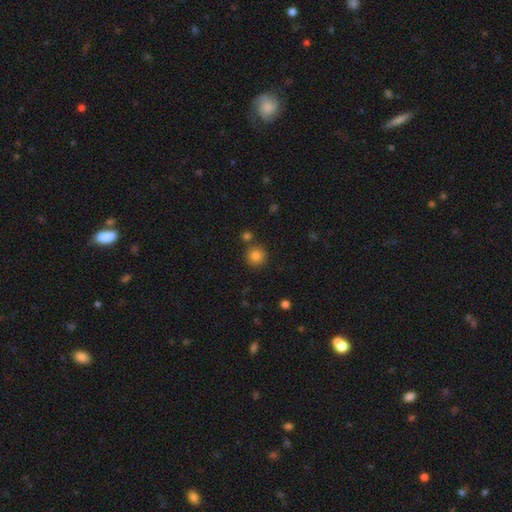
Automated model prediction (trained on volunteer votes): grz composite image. It shows a smooth galaxy with no disk features (85%) that is round (93%). Merging: none (81%).